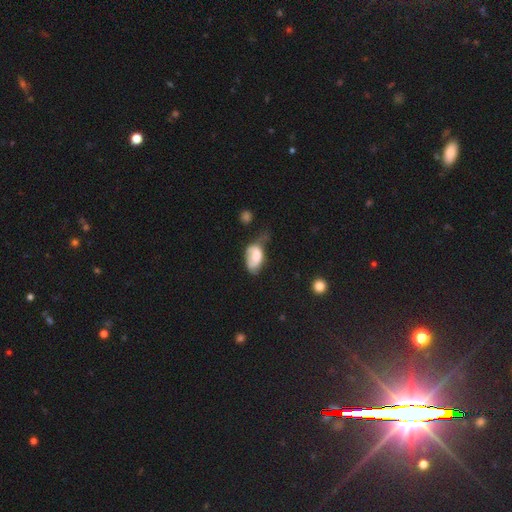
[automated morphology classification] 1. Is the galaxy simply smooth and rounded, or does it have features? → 62% smooth, 30% featured or disk, 8% star or artifact.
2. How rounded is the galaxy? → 91% in between, 6% round, 3% cigar-shaped.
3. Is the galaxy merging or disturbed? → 37% major disturbance, 36% minor disturbance, 22% none, 6% merger.